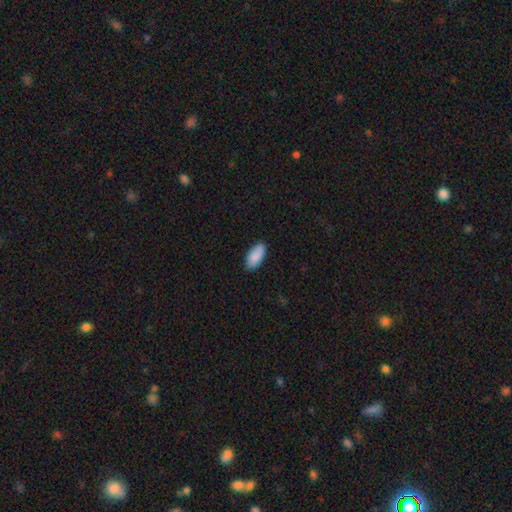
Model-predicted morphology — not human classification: The model was most divided on "merging": none: 87%, minor disturbance: 10%, major disturbance: 2%, merger: 1%. More confident: how rounded — in between (93%); smooth or featured — smooth (89%).